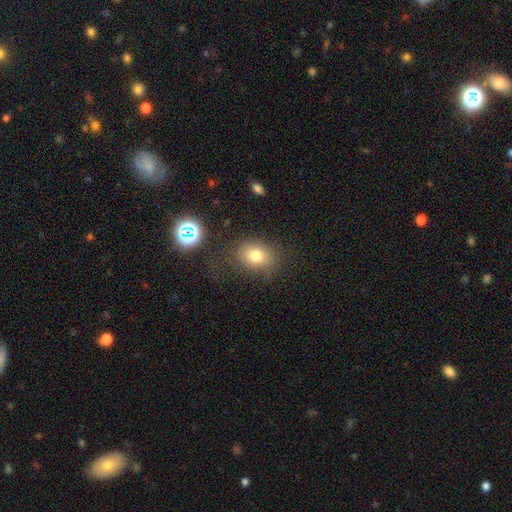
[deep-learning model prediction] Overall: smooth (76%). How rounded: in between (54%; round 45%). Merging: none (70%).